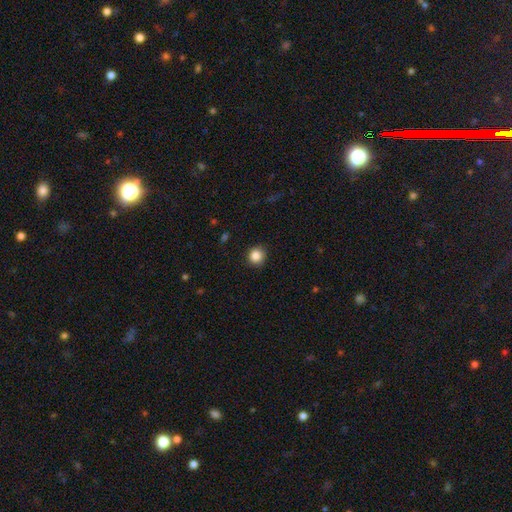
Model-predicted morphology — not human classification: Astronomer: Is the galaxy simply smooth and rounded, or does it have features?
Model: smooth — 86%.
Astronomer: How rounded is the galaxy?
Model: round — 90%.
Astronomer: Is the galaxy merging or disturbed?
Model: none — 88%.